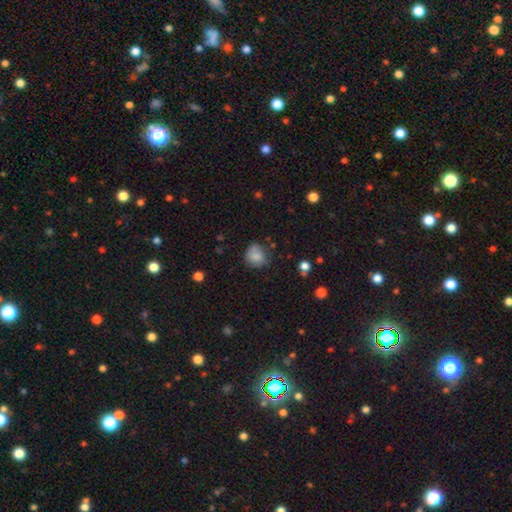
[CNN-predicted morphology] smooth-or-featured: smooth: 81% | star or artifact: 10% | featured or disk: 9%
  how-rounded: round: 77% | in between: 22% | cigar-shaped: 1%
  merging: none: 62% | minor disturbance: 25% | major disturbance: 8% | merger: 5%